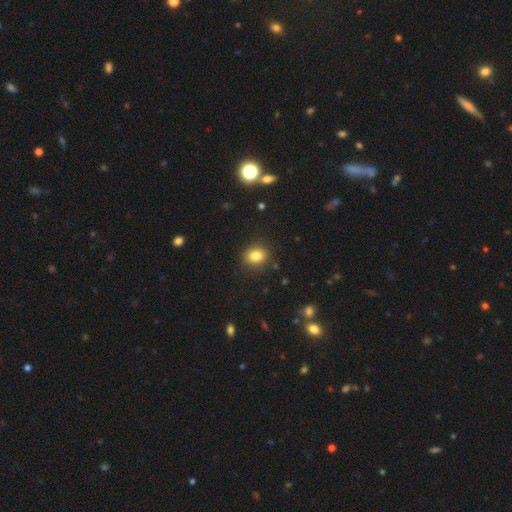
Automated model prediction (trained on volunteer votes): This is clearly a smooth galaxy (82%). How rounded: possibly round (58%). Merging: clearly none (87%).